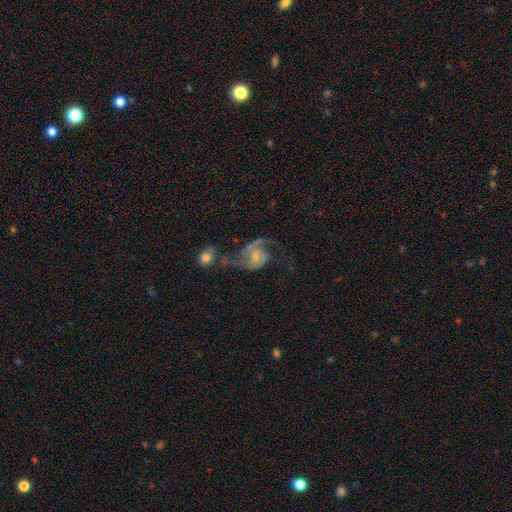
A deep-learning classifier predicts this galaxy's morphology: Smooth or featured? Predicted: featured or disk (p=0.79). Edge-on disk? Predicted: no (p=0.98). Bar? Predicted: no (p=0.66). Spiral arms? Predicted: yes (p=0.92). Spiral winding? Predicted: medium (p=0.43). Spiral arm count? Predicted: 2 (p=0.76). Bulge size? Predicted: small (p=0.50). Merging? Predicted: major disturbance (p=0.31).